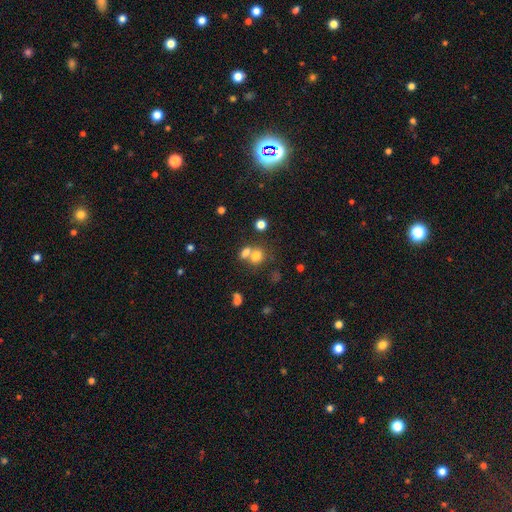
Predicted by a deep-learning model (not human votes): This is likely a smooth galaxy (73%). How rounded: likely round (67%). Merging: possibly merger (46%).